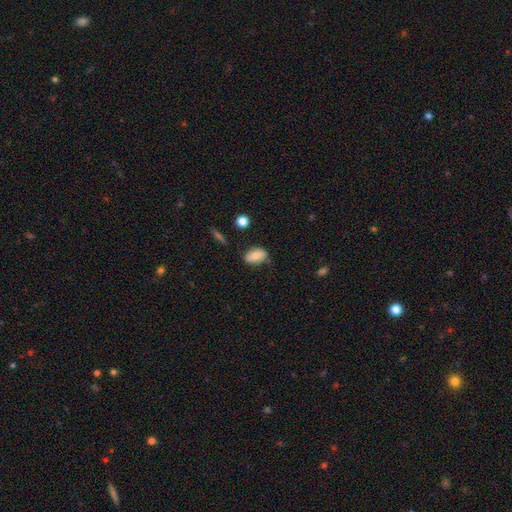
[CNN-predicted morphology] smooth-or-featured: smooth: 78% | featured or disk: 14% | star or artifact: 8%
  how-rounded: in between: 89% | round: 8% | cigar-shaped: 3%
  merging: none: 65% | minor disturbance: 26% | major disturbance: 6% | merger: 3%